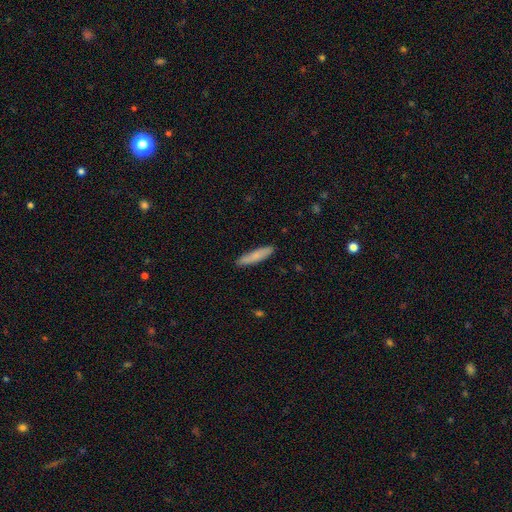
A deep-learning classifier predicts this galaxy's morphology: Smooth or featured? Predicted: smooth (p=0.77). How rounded? Predicted: cigar-shaped (p=0.85). Merging? Predicted: none (p=0.88).